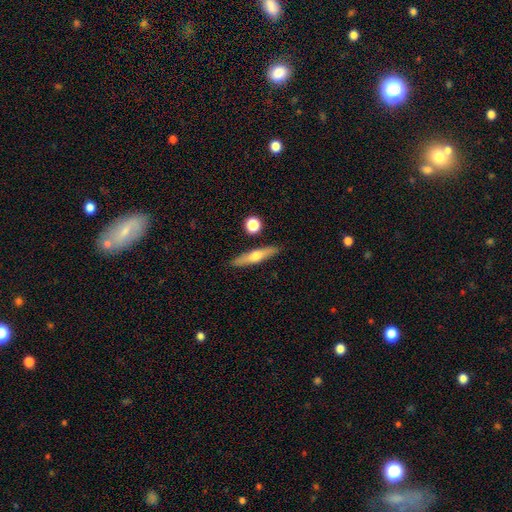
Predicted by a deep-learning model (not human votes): smooth 48%, featured or disk 45%, star or artifact 7%. Down the decision tree: merging — none (86%).